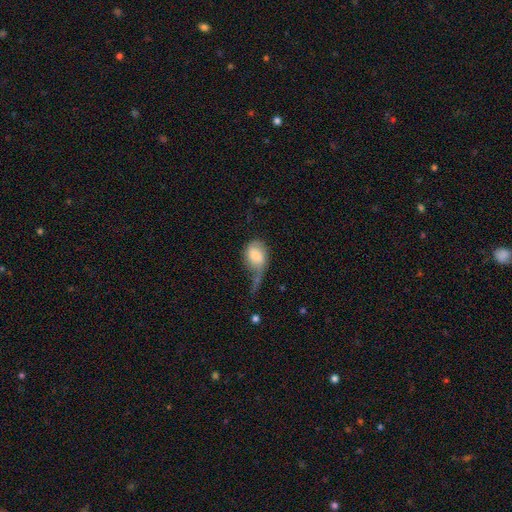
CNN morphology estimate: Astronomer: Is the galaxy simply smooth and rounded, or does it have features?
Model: smooth — 69%.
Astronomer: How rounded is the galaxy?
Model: in between — 71%.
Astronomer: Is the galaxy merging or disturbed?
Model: major disturbance — 44% (runner-up: minor disturbance, 25%).